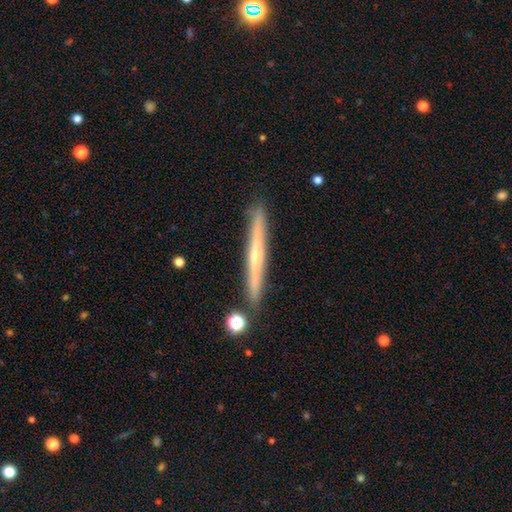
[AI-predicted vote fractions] featured or disk 65%, smooth 28%, star or artifact 7%. Down the decision tree: edge-on disk — yes (95%); edge-on bulge — rounded (61%); merging — none (87%).